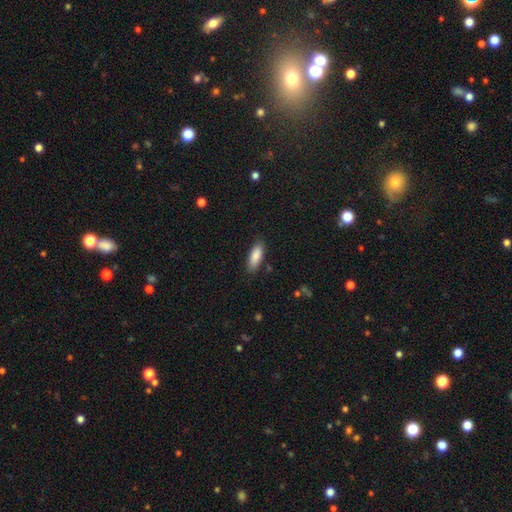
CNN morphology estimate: Smooth or featured?
  - smooth: 87% *
  - featured or disk: 7%
  - star or artifact: 6%
How rounded?
  - in between: 70% *
  - cigar-shaped: 28%
  - round: 2%
Merging?
  - none: 84% *
  - minor disturbance: 12%
  - major disturbance: 3%
  - merger: 2%